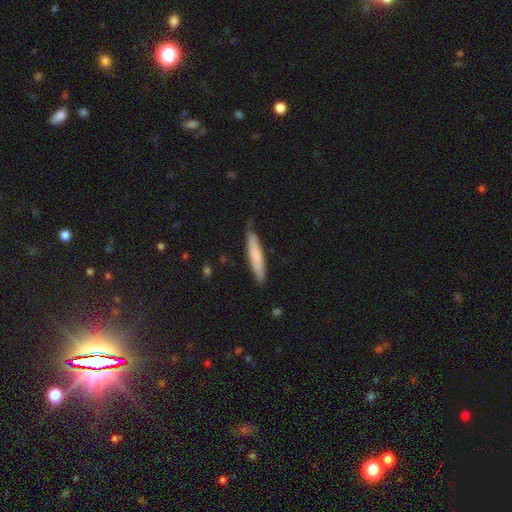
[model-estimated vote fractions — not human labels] Overall: smooth (72%). How rounded: cigar-shaped (90%). Merging: none (74%).